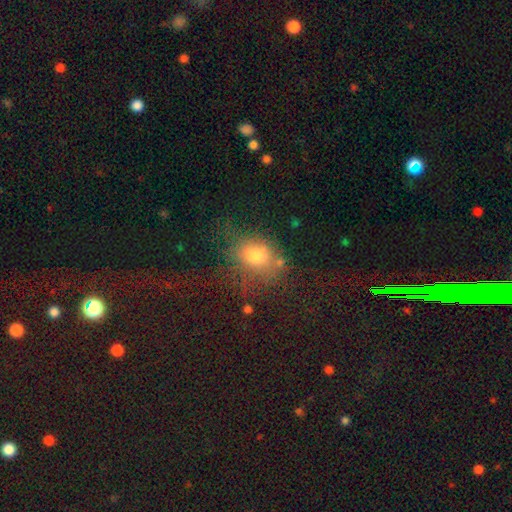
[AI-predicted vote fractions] smooth-or-featured: smooth: 72% | star or artifact: 15% | featured or disk: 13%
  how-rounded: in between: 55% | round: 43% | cigar-shaped: 2%
  merging: none: 57% | minor disturbance: 22% | major disturbance: 15% | merger: 5%